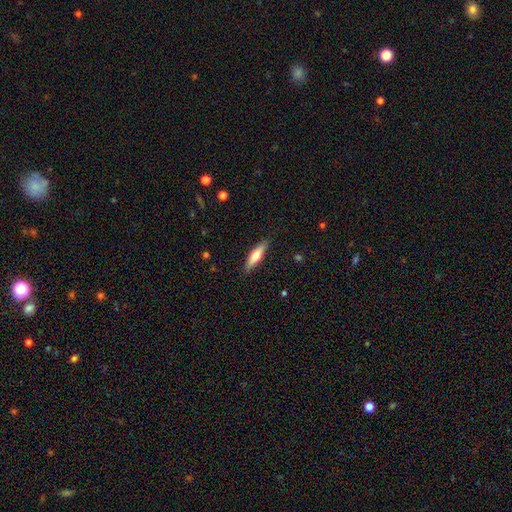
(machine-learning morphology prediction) A smooth galaxy with no disk features (56%) that is cigar-shaped (68%).

Vote fractions:
- Smooth or featured? smooth: 56% / featured or disk: 39% / star or artifact: 6%
- How rounded? cigar-shaped: 68% / in between: 30% / round: 2%
- Merging? none: 88% / minor disturbance: 9% / major disturbance: 2% / merger: 1%